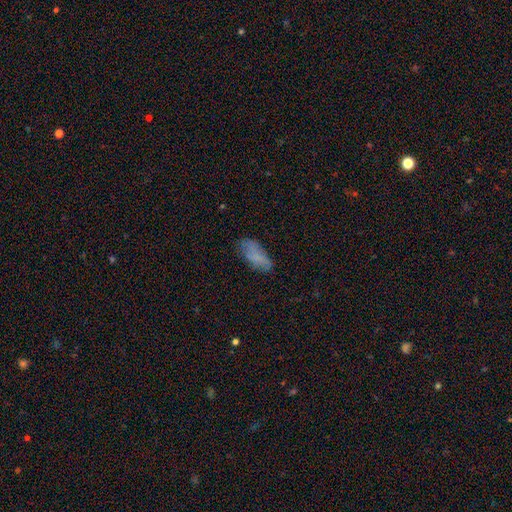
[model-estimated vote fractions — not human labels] The model was most divided on "merging": none: 58%, minor disturbance: 27%, major disturbance: 12%, merger: 2%. More confident: how rounded — in between (85%); smooth or featured — smooth (66%).